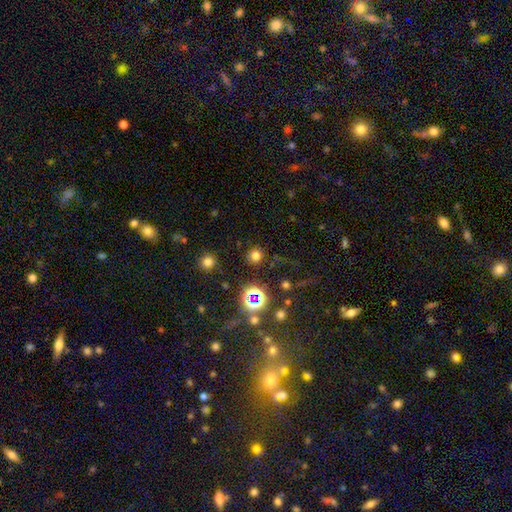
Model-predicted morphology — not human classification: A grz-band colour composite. It shows a smooth galaxy with no disk features (70%) that is round (92%). Merging: none (87%).